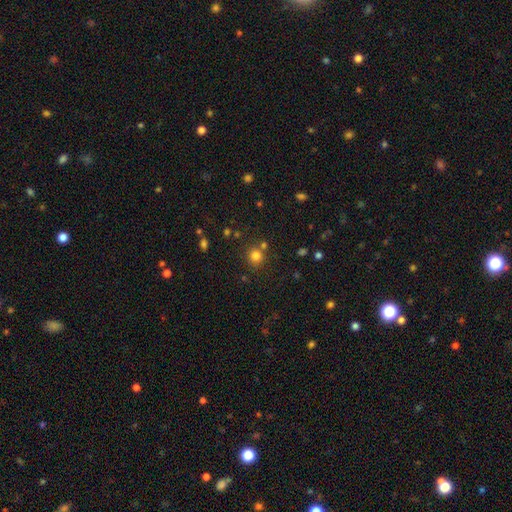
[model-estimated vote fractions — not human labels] smooth-or-featured: smooth: 78% | star or artifact: 16% | featured or disk: 6%
  how-rounded: round: 89% | in between: 10% | cigar-shaped: 1%
  merging: none: 75% | merger: 13% | minor disturbance: 9% | major disturbance: 3%